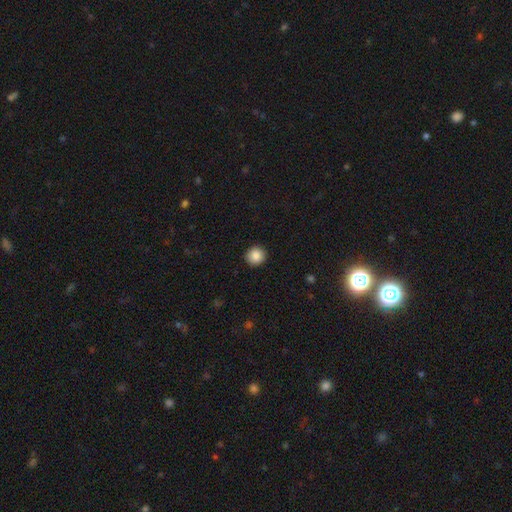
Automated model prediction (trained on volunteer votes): A smooth galaxy with no disk features (88%) that is round (91%). Merging: none (92%).